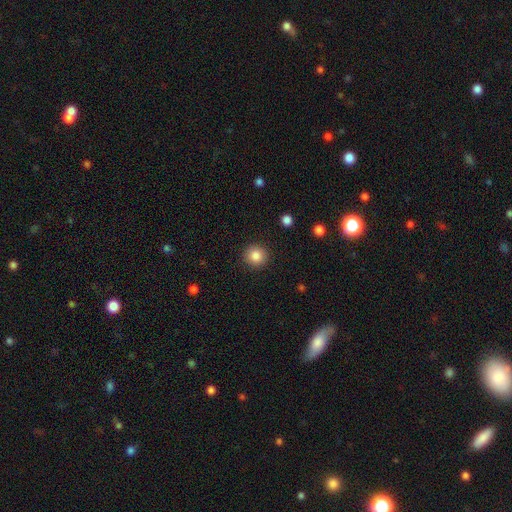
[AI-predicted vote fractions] Smooth or featured?
  - smooth: 86% *
  - star or artifact: 9%
  - featured or disk: 5%
How rounded?
  - round: 93% *
  - in between: 6%
  - cigar-shaped: 1%
Merging?
  - none: 92% *
  - minor disturbance: 5%
  - major disturbance: 2%
  - merger: 1%